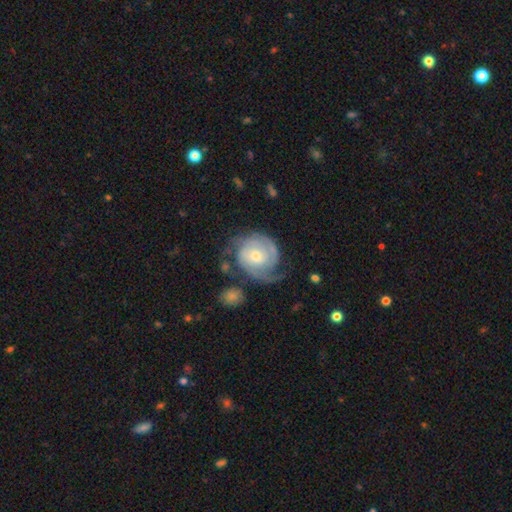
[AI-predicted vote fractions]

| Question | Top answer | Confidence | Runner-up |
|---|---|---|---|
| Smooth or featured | featured or disk | 87% | smooth (9%) |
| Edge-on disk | no | 98% | yes (2%) |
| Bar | no | 69% | weak (26%) |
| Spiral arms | yes | 96% | no (4%) |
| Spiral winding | tight | 64% | medium (28%) |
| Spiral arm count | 2 | 52% | can't tell (18%) |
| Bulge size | small | 49% | moderate (46%) |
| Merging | none | 61% | minor disturbance (20%) |